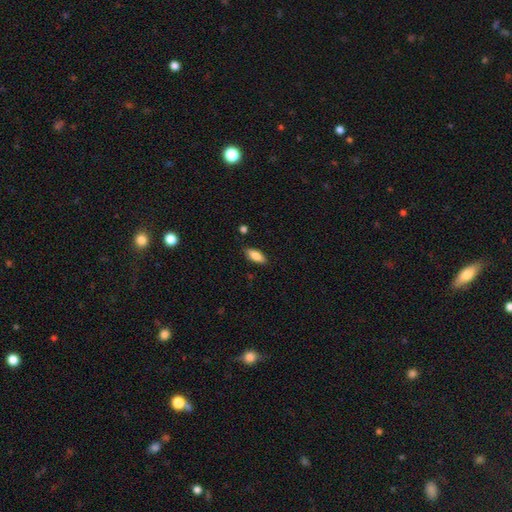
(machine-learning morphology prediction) A smooth galaxy with no disk features (81%) that is in between round and cigar-shaped (75%). Merging: none (85%).